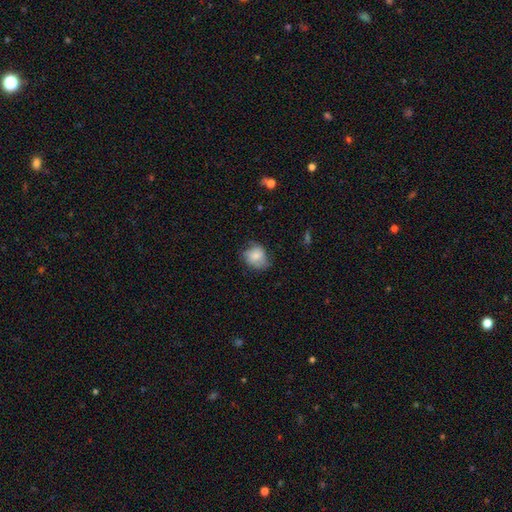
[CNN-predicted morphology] This appears to be a smooth galaxy with no disk features (75%) that is round (56%). Merging: none (56%).